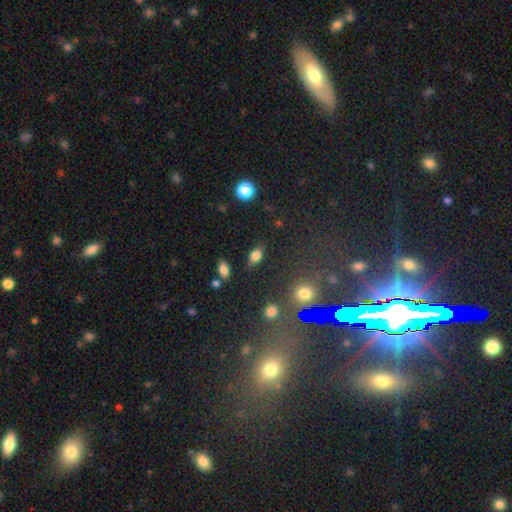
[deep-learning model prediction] Smooth or featured: smooth — 77% (featured or disk — 12%)
How rounded: in between — 86% (round — 10%)
Merging: none — 80% (minor disturbance — 14%)